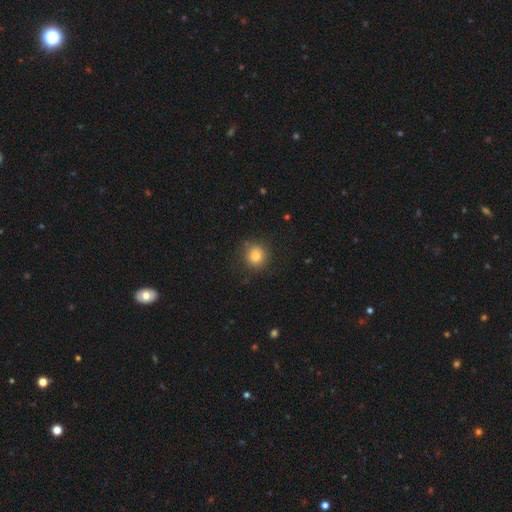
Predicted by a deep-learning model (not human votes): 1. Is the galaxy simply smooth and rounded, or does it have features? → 81% smooth, 12% star or artifact, 7% featured or disk.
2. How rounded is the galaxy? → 89% round, 10% in between, 1% cigar-shaped.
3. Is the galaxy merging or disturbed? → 86% none, 9% minor disturbance, 3% major disturbance, 2% merger.